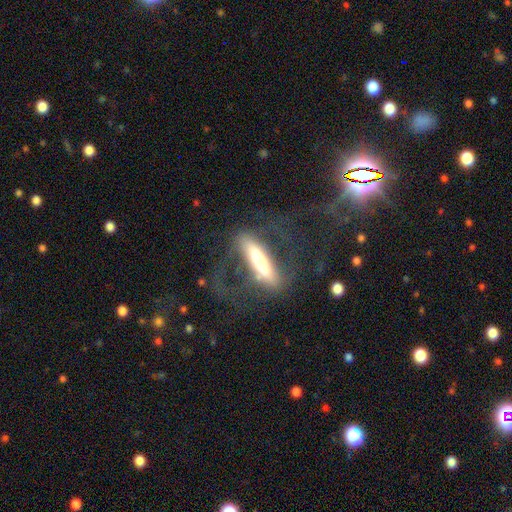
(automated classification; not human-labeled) This is possibly a featured or disk galaxy (57%). It is possibly viewed edge-on (50%, tied with no). Merging: possibly none (47%).